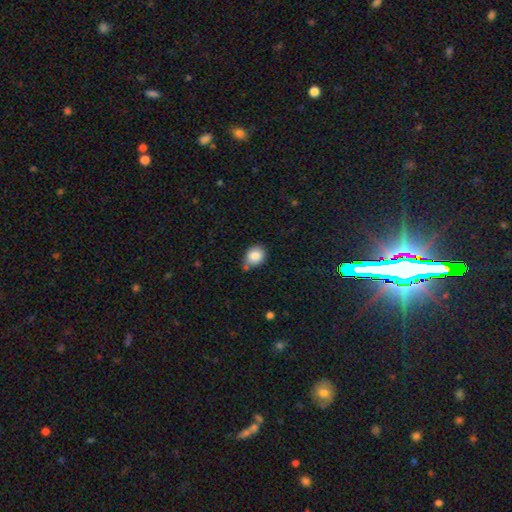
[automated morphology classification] A smooth galaxy with no disk features (85%) that is round (54%). Merging: none (60%).